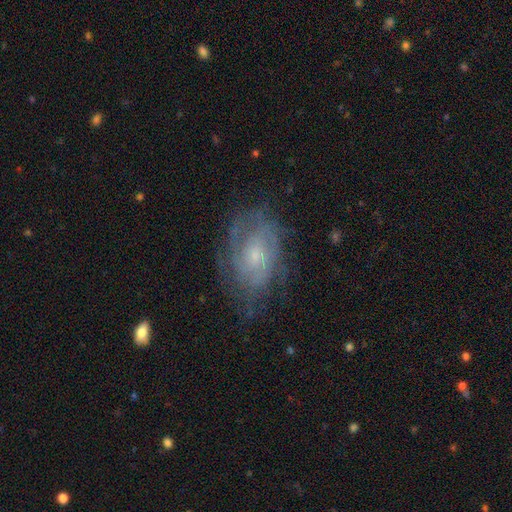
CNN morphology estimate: Smooth or featured? featured or disk (72%)
Edge-on disk? no (96%)
Bar? no (74%)
Spiral arms? yes (83%)
Spiral winding? tight (54%)
Spiral arm count? can't tell (52%)
Bulge size? small (62%)
Merging? none (64%)